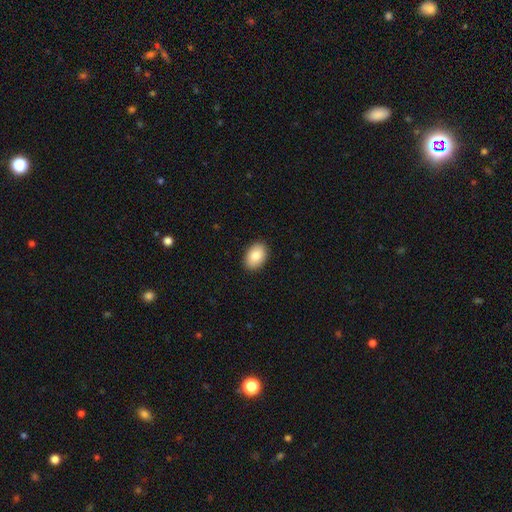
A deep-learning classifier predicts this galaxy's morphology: Smooth or featured: smooth — 86% (featured or disk — 7%)
How rounded: in between — 86% (round — 13%)
Merging: none — 90% (minor disturbance — 7%)